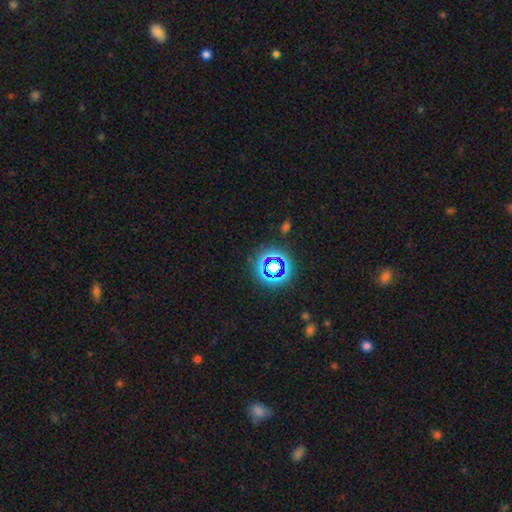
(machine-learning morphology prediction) Q: Smooth or featured?
A: smooth (54%); runner-up: star or artifact (39%)
Q: How rounded?
A: round (91%); runner-up: in between (8%)
Q: Merging?
A: none (89%); runner-up: minor disturbance (6%)